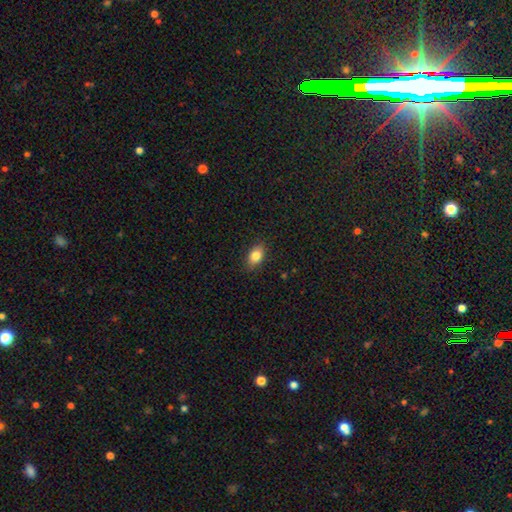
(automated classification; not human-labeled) smooth_or_featured: smooth (p=0.83) [alt: star or artifact p=0.09]
how_rounded: in between (p=0.84) [alt: round p=0.14]
merging: none (p=0.87) [alt: minor disturbance p=0.10]